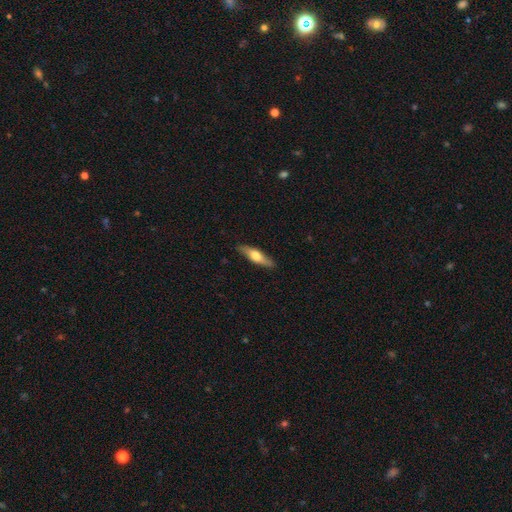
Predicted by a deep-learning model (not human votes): smooth 54%, featured or disk 41%, star or artifact 5%. Down the decision tree: how rounded — cigar-shaped (65%); merging — none (86%).